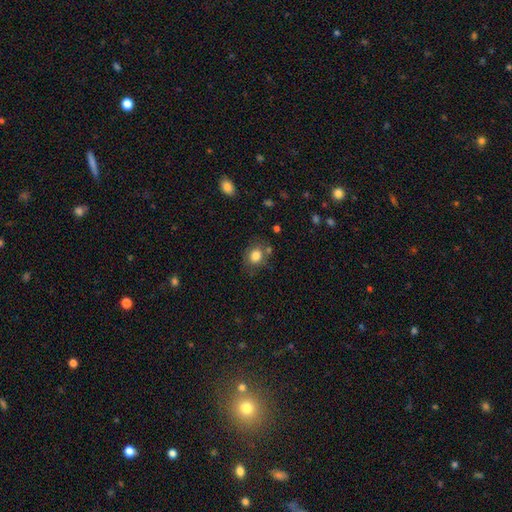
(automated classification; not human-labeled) Smooth or featured? Predicted: smooth (p=0.81). How rounded? Predicted: round (p=0.67). Merging? Predicted: none (p=0.70).